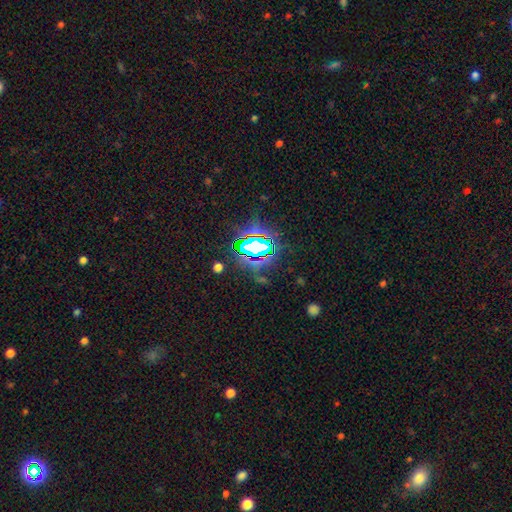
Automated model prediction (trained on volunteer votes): This appears to be a star or artifact, not a galaxy (71%).